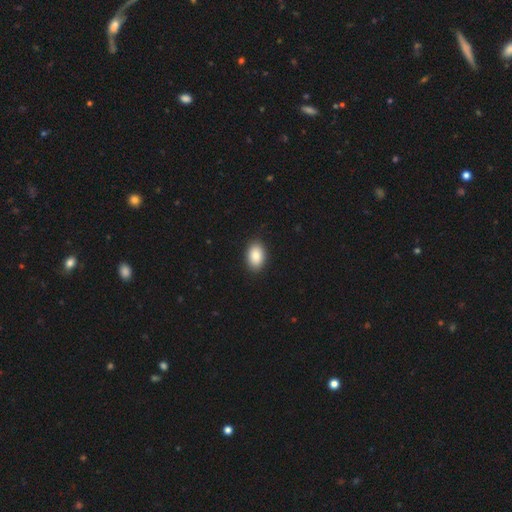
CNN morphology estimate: smooth_or_featured: smooth (p=0.86) [alt: star or artifact p=0.07]
how_rounded: in between (p=0.89) [alt: round p=0.10]
merging: none (p=0.89) [alt: minor disturbance p=0.09]